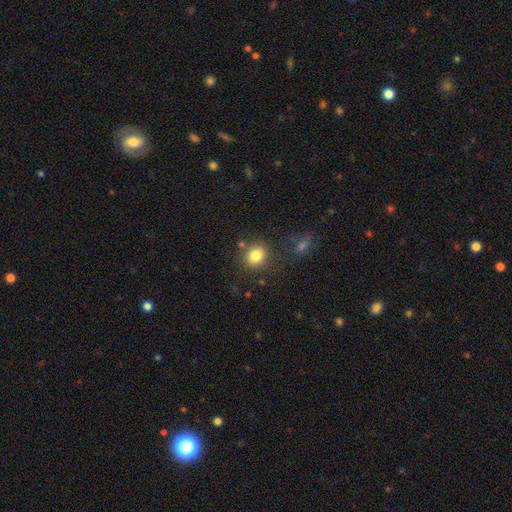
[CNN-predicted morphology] This appears to be a smooth galaxy with no disk features (83%) that is round (82%). Merging: none (78%).